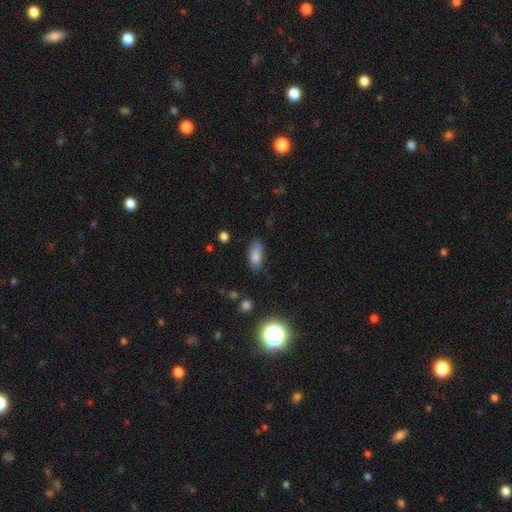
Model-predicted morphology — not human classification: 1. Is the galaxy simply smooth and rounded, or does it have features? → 82% smooth, 10% star or artifact, 9% featured or disk.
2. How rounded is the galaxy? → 83% in between, 14% cigar-shaped, 3% round.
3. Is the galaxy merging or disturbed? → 75% none, 19% minor disturbance, 4% major disturbance, 2% merger.